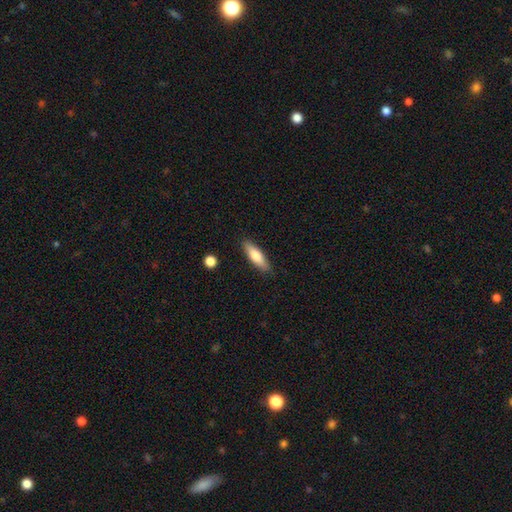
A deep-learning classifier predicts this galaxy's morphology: This appears to be a smooth galaxy with no disk features (73%) that is cigar-shaped (57%). Merging: none (87%).